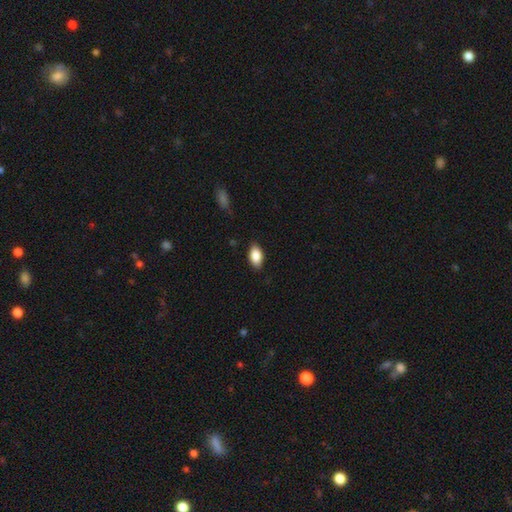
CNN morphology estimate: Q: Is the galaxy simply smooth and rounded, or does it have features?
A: smooth — 87%.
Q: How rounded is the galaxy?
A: in between — 92%.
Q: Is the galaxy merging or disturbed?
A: none — 85%.